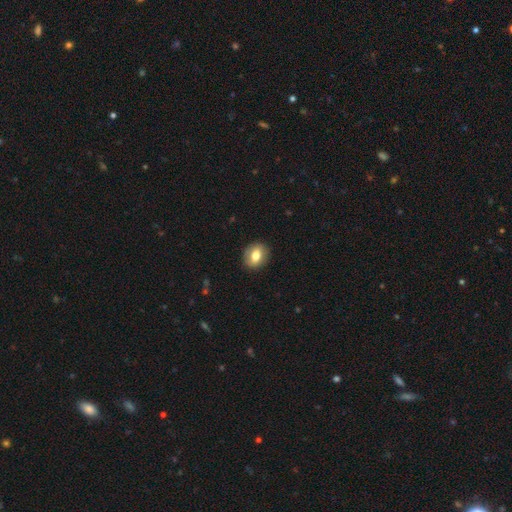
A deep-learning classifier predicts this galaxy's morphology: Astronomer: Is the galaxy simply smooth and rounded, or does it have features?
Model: smooth — 73%.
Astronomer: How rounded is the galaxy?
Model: round — 51% (runner-up: in between, 47%).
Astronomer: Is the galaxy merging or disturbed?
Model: none — 88%.